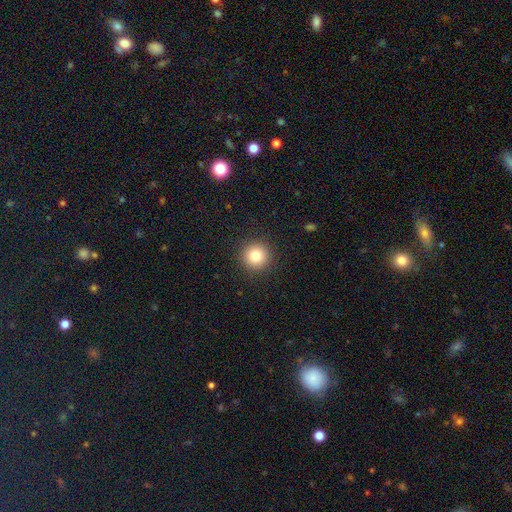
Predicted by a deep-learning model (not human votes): Smooth or featured?
  - smooth: 81% *
  - star or artifact: 11%
  - featured or disk: 8%
How rounded?
  - round: 95% *
  - in between: 4%
  - cigar-shaped: 1%
Merging?
  - none: 92% *
  - minor disturbance: 5%
  - major disturbance: 2%
  - merger: 1%